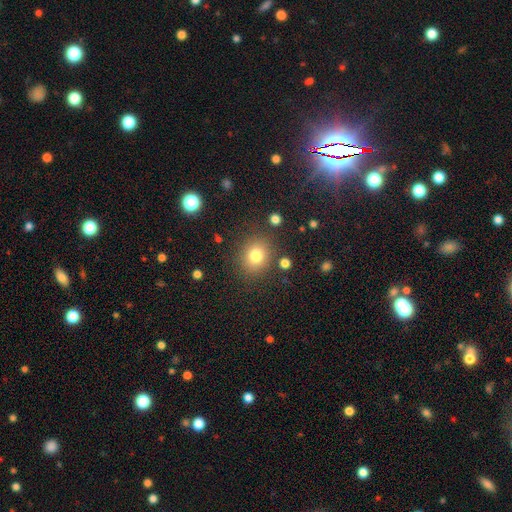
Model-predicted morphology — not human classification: Overall: smooth (79%). How rounded: round (73%). Merging: none (83%).